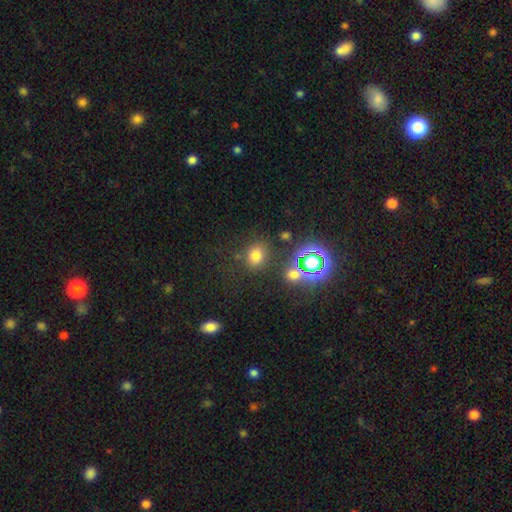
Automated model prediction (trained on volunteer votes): A smooth galaxy with no disk features (69%) that is round (64%).

Vote fractions:
- Smooth or featured? smooth: 69% / star or artifact: 23% / featured or disk: 8%
- How rounded? round: 64% / in between: 35% / cigar-shaped: 1%
- Merging? none: 78% / minor disturbance: 12% / merger: 6% / major disturbance: 5%